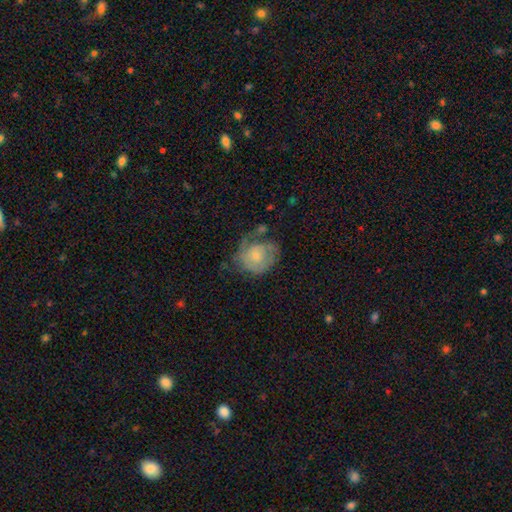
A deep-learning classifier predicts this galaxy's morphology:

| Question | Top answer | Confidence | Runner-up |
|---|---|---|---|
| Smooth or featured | featured or disk | 56% | smooth (37%) |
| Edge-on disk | no | 98% | yes (2%) |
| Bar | no | 78% | weak (19%) |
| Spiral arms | yes | 74% | no (26%) |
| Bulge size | small | 51% | moderate (37%) |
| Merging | none | 41% | minor disturbance (29%) |